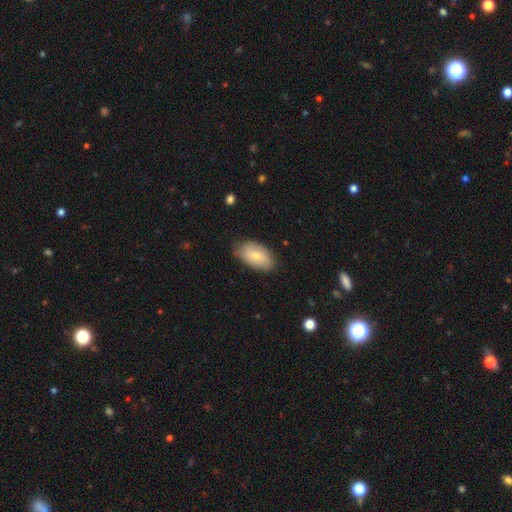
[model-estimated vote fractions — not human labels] The model was most divided on "smooth or featured": smooth: 66%, featured or disk: 28%, star or artifact: 6%. More confident: how rounded — in between (93%); merging — none (74%).